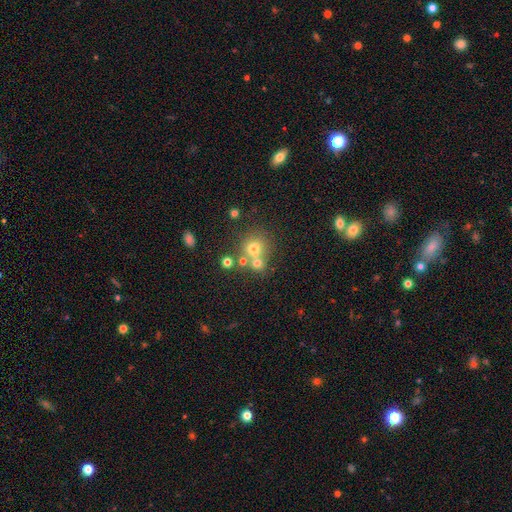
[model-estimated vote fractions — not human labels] Morphology: type=smooth (58%); roundness=round (82%); merging=none (50%).